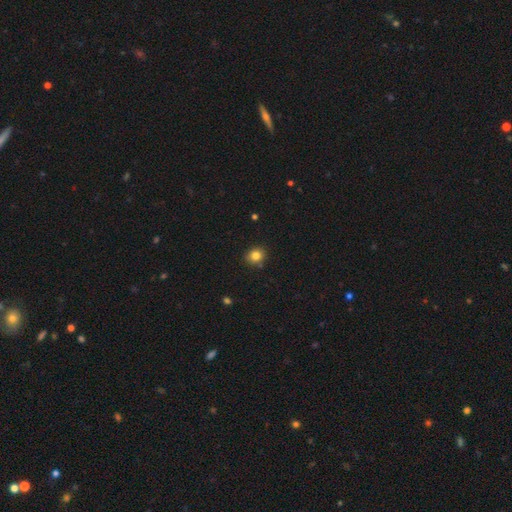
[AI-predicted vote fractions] Overall: smooth (82%). How rounded: round (78%). Merging: none (86%).